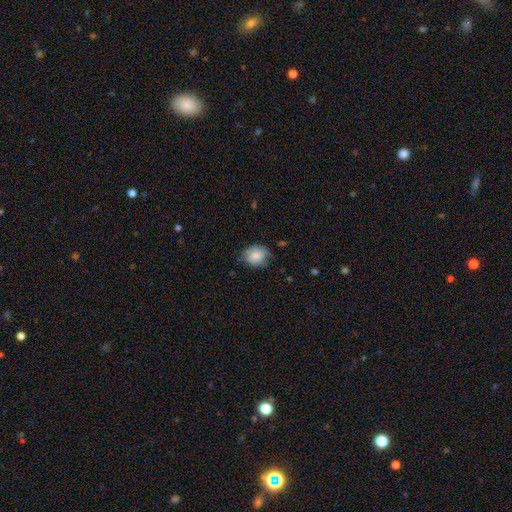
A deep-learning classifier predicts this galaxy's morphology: Q: Smooth or featured?
A: smooth (78%); runner-up: featured or disk (15%)
Q: How rounded?
A: in between (52%); runner-up: round (47%)
Q: Merging?
A: none (67%); runner-up: minor disturbance (26%)